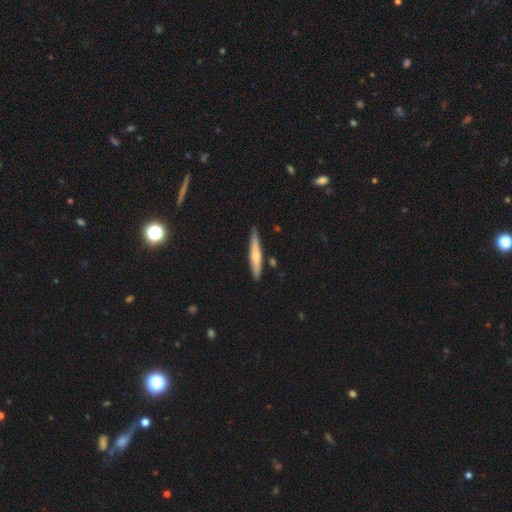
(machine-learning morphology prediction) Q: Smooth or featured?
A: smooth (61%); runner-up: featured or disk (34%)
Q: How rounded?
A: cigar-shaped (92%); runner-up: in between (6%)
Q: Merging?
A: none (83%); runner-up: minor disturbance (12%)